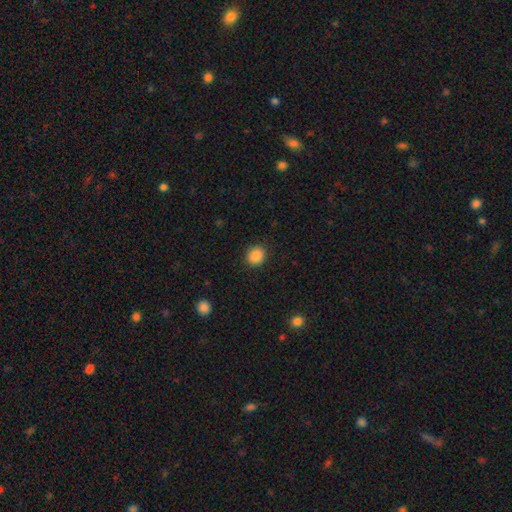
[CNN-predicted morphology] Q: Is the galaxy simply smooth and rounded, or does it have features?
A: smooth — 87%.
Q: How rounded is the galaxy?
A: round — 76%.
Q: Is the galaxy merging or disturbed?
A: none — 89%.